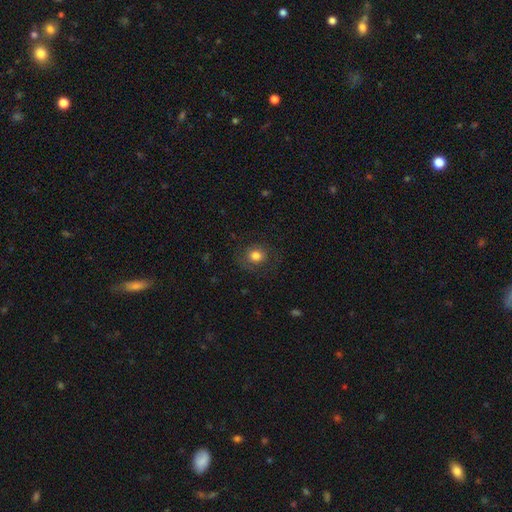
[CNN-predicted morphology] A smooth galaxy with no disk features (79%) that is round (77%). Merging: none (78%).